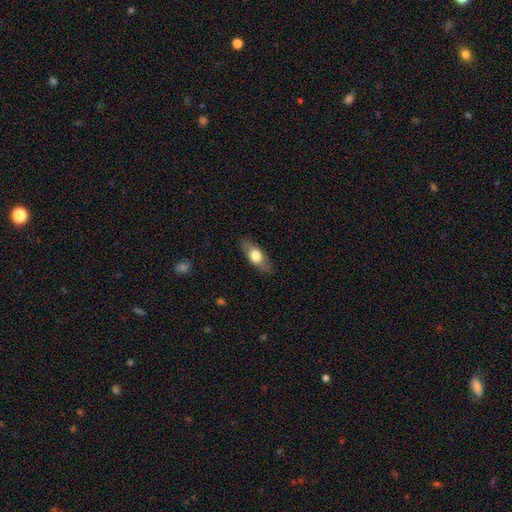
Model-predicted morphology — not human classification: type=smooth (65%); roundness=in between (75%); merging=none (83%).